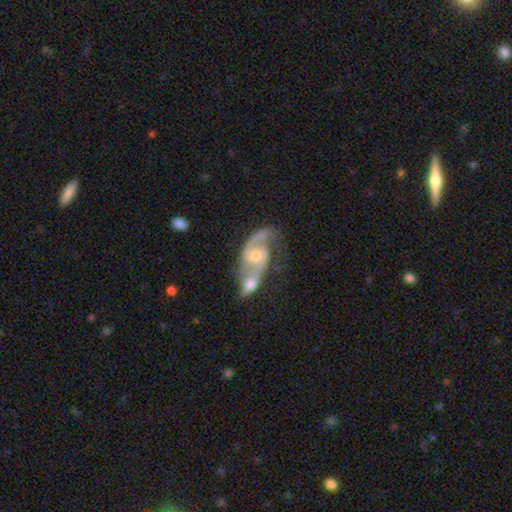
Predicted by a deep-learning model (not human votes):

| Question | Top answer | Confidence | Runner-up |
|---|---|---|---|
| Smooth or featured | featured or disk | 84% | smooth (9%) |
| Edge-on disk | no | 96% | yes (4%) |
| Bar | no | 50% | weak (39%) |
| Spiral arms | yes | 94% | no (6%) |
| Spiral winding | medium | 50% | loose (34%) |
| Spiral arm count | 2 | 84% | 1 (7%) |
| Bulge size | moderate | 50% | small (44%) |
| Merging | merger | 55% | none (26%) |